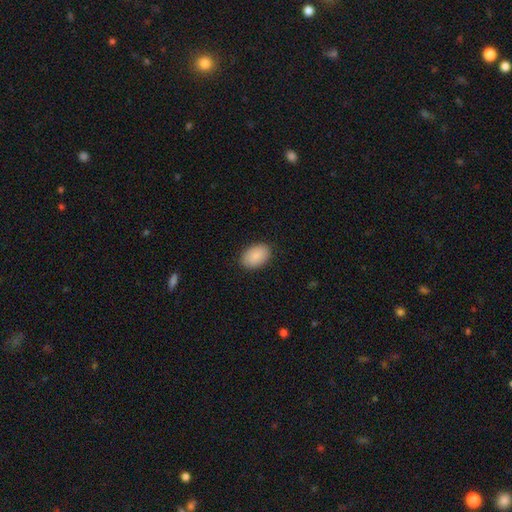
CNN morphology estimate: Smooth or featured? smooth (89%)
How rounded? in between (91%)
Merging? none (88%)